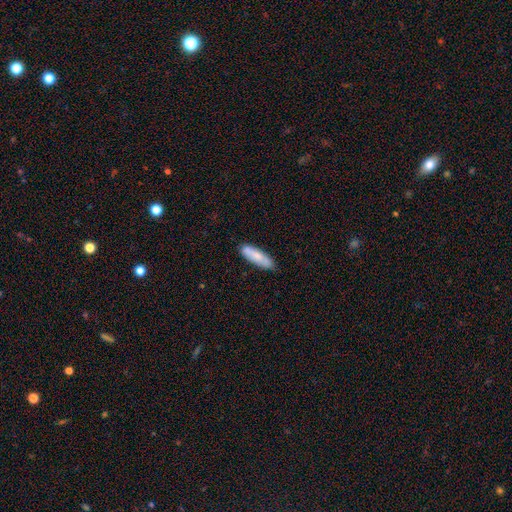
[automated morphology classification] smooth_or_featured: smooth (p=0.76) [alt: featured or disk p=0.18]
how_rounded: cigar-shaped (p=0.60) [alt: in between p=0.39]
merging: none (p=0.81) [alt: minor disturbance p=0.15]